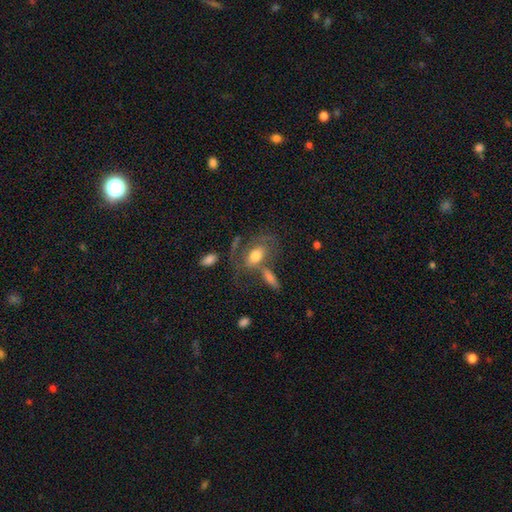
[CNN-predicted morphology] Smooth or featured? smooth (57%)
How rounded? in between (83%)
Merging? none (41%)